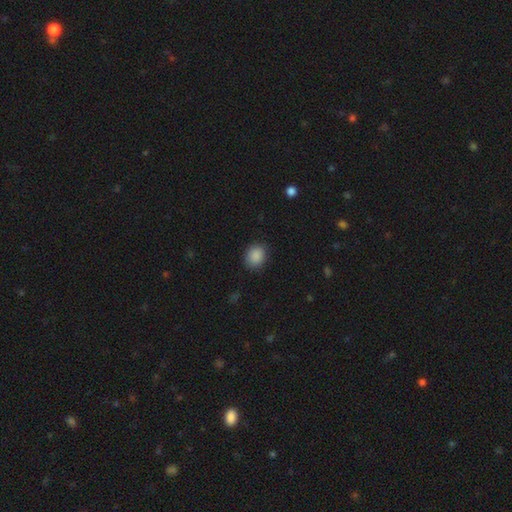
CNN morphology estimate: Smooth or featured? smooth (88%)
How rounded? round (59%)
Merging? none (86%)